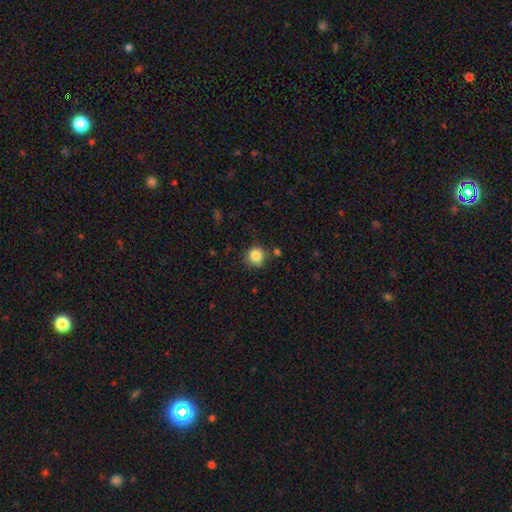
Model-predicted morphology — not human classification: A smooth galaxy with no disk features (85%) that is round (92%). Merging: none (80%).